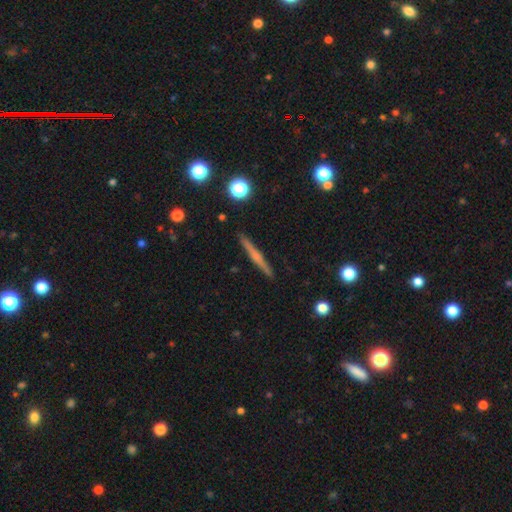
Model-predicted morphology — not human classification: type=featured or disk (62%); edge-on=yes (98%); edge-on bulge=rounded (56%); merging=none (91%).